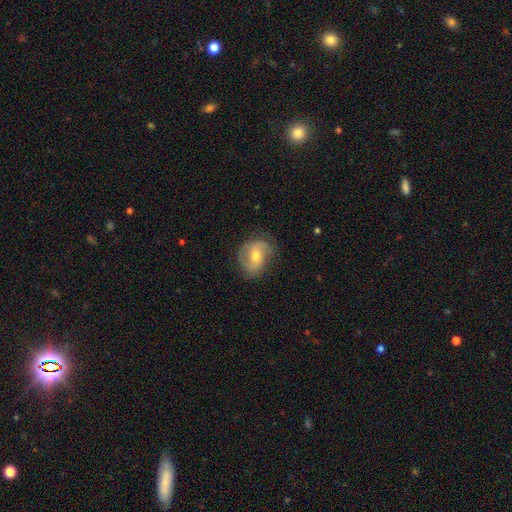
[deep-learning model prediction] This appears to be a featured or disk galaxy (66%) with no bar (45%), 2 (75%) medium (43%) spiral arms (86%) and a moderate central bulge (65%). Merging: none (71%).